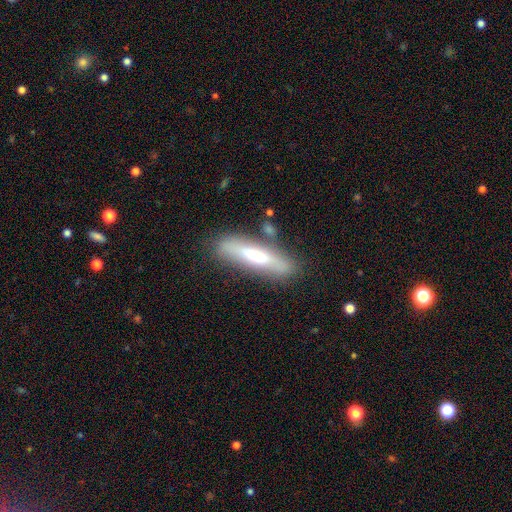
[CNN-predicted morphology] Q: Smooth or featured?
A: smooth (53%); runner-up: featured or disk (40%)
Q: How rounded?
A: cigar-shaped (78%); runner-up: in between (21%)
Q: Merging?
A: none (74%); runner-up: minor disturbance (15%)